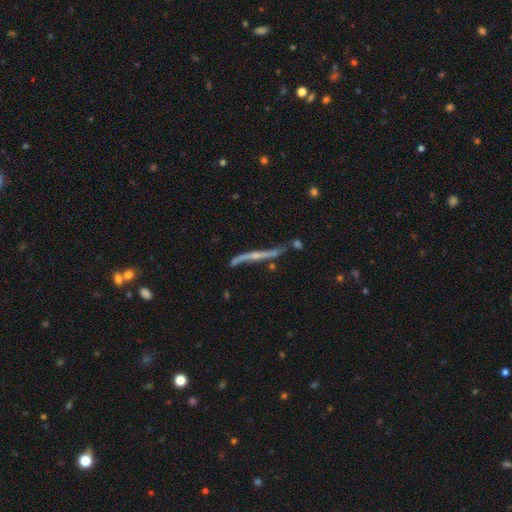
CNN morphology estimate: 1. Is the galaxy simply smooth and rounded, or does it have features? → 78% featured or disk, 13% smooth, 8% star or artifact.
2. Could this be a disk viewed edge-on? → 83% yes, 17% no.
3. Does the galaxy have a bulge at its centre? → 61% rounded, 31% none, 7% boxy.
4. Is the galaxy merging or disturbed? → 56% none, 23% minor disturbance, 11% merger, 9% major disturbance.